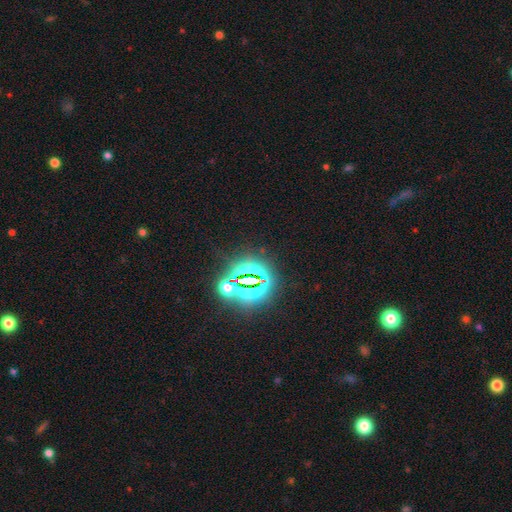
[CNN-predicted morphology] Smooth or featured: star or artifact — 82% (smooth — 11%)